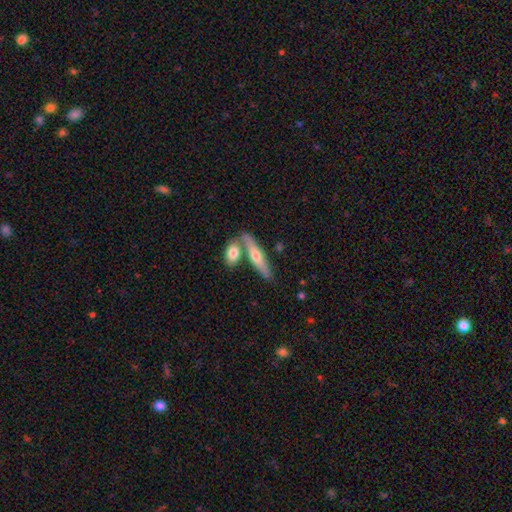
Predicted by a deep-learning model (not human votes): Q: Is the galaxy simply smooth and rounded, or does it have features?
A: smooth — 53%.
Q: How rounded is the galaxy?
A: cigar-shaped — 73%.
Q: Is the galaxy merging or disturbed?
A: none — 58%.